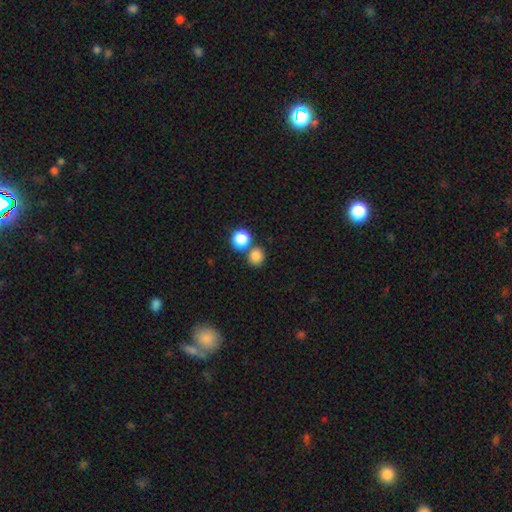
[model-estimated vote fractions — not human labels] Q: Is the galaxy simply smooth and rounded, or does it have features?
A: smooth — 83%.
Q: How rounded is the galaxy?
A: round — 83%.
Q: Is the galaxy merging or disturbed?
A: none — 61%.